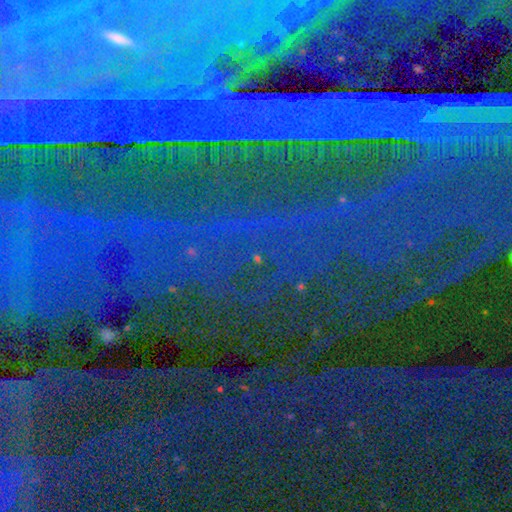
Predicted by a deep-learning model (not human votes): Smooth or featured? star or artifact (85%)